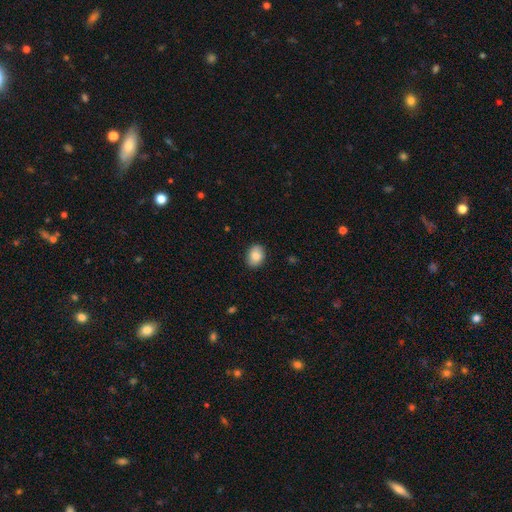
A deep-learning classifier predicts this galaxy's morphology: Smooth or featured? smooth (87%)
How rounded? in between (70%)
Merging? none (87%)